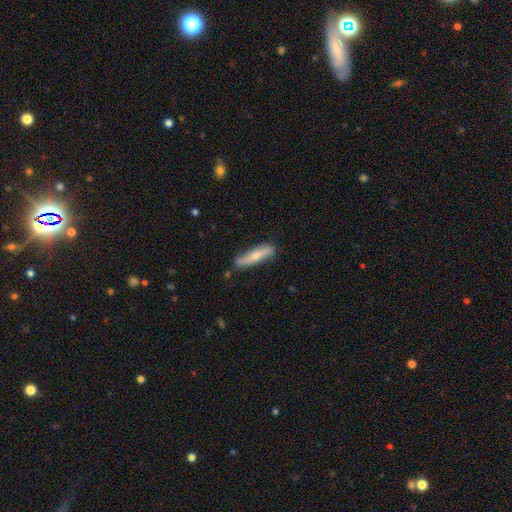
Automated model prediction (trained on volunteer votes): smooth 55%, featured or disk 40%, star or artifact 6%. Down the decision tree: how rounded — cigar-shaped (76%); merging — none (75%).